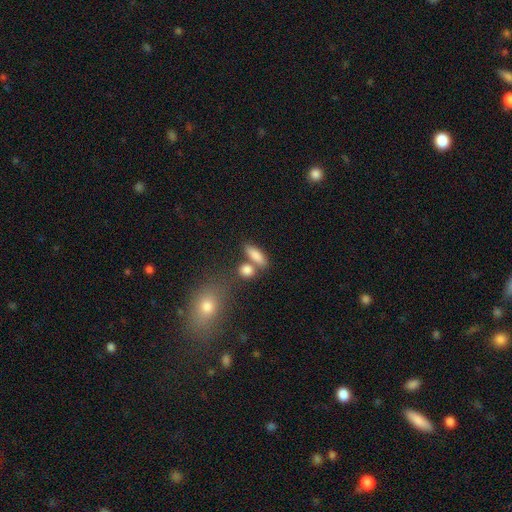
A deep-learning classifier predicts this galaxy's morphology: Smooth or featured? Predicted: smooth (p=0.83). How rounded? Predicted: in between (p=0.68). Merging? Predicted: none (p=0.57).